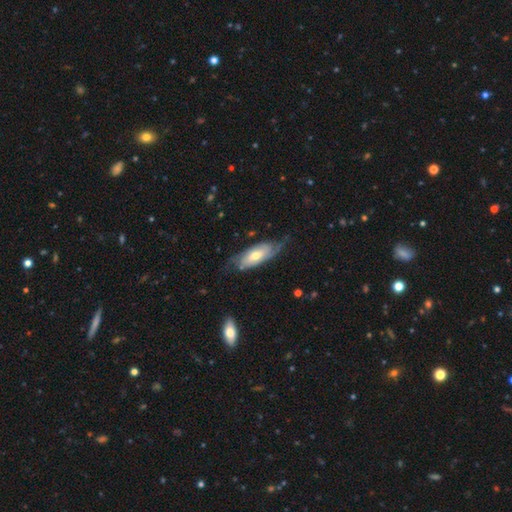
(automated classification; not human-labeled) The model was most divided on "spiral winding": tight: 42%, medium: 38%, loose: 21%. More confident: spiral arms — yes (90%); edge-on disk — no (86%); smooth or featured — featured or disk (71%); merging — none (64%); spiral arm count — 2 (64%); bulge size — moderate (61%); bar — no (58%).